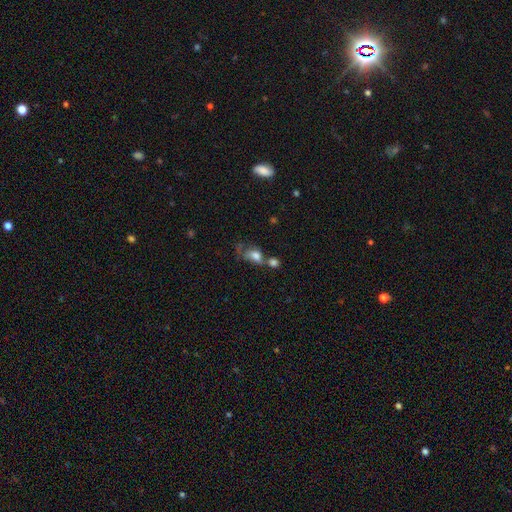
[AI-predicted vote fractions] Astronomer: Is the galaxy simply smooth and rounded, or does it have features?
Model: smooth — 67%.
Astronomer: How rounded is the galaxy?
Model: in between — 68%.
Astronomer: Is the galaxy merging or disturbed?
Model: merger — 53%.